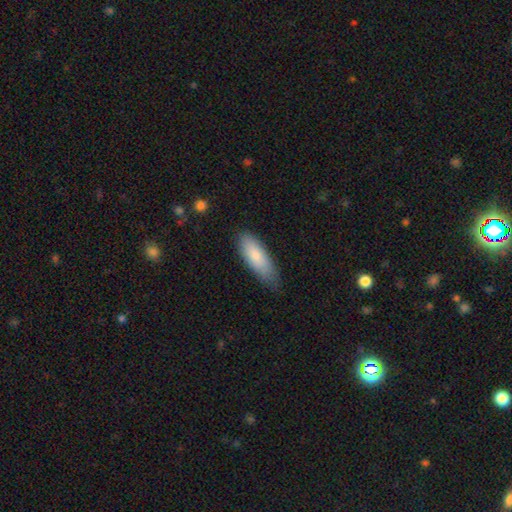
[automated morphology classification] smooth-or-featured: smooth: 84% | featured or disk: 11% | star or artifact: 6%
  how-rounded: in between: 66% | cigar-shaped: 33% | round: 2%
  merging: none: 68% | minor disturbance: 26% | major disturbance: 5% | merger: 1%